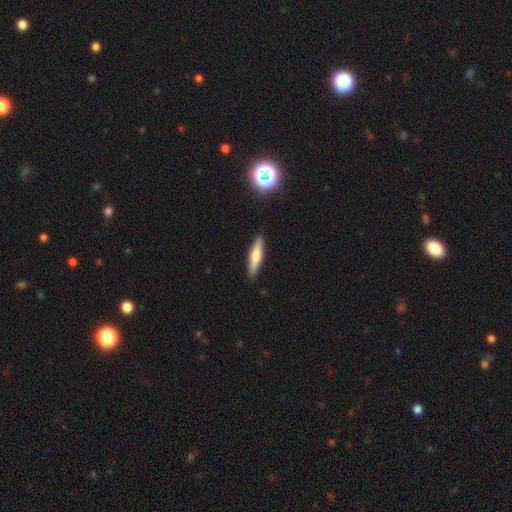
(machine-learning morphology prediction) Smooth or featured? Predicted: smooth (p=0.63). How rounded? Predicted: cigar-shaped (p=0.80). Merging? Predicted: none (p=0.89).